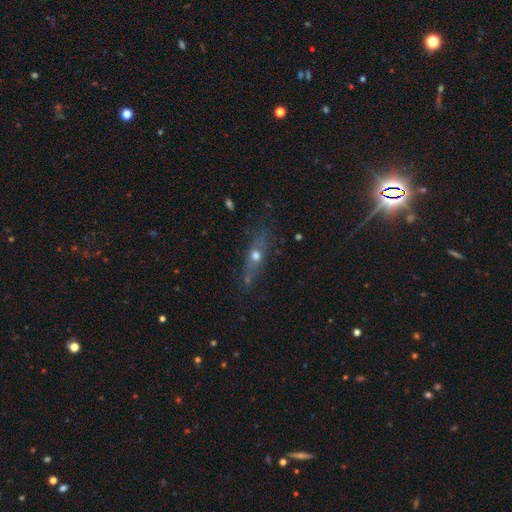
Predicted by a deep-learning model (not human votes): Morphology: type=smooth (47%); merging=none (66%).